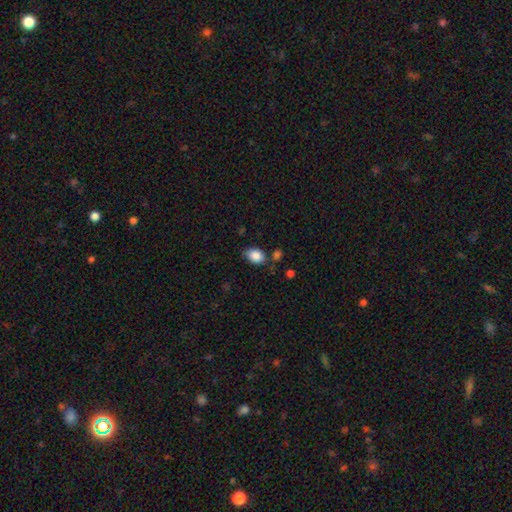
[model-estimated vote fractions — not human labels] Smooth or featured? Predicted: smooth (p=0.87). How rounded? Predicted: in between (p=0.80). Merging? Predicted: none (p=0.70).